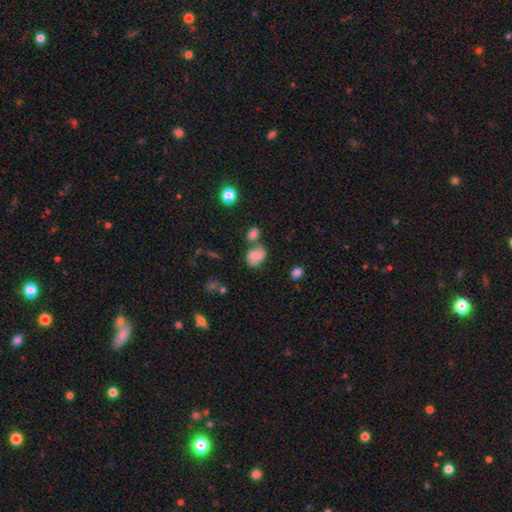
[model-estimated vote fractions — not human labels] Smooth or featured? smooth (69%)
How rounded? in between (61%)
Merging? none (53%)